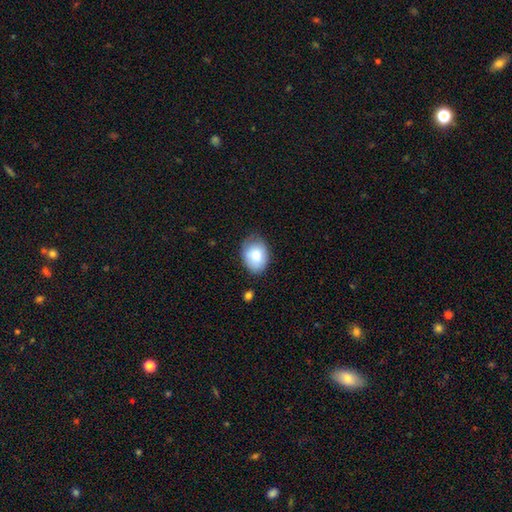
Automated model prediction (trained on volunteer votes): smooth-or-featured: smooth: 80% | featured or disk: 13% | star or artifact: 7%
  how-rounded: in between: 70% | round: 29% | cigar-shaped: 1%
  merging: none: 73% | minor disturbance: 22% | major disturbance: 4% | merger: 2%